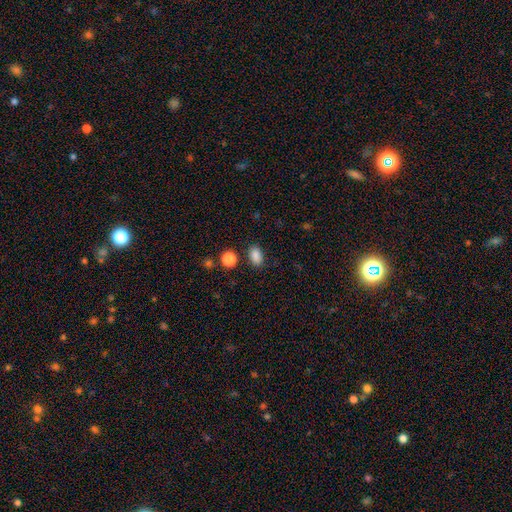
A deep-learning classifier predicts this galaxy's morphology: Overall: smooth (86%). How rounded: in between (85%). Merging: none (83%).